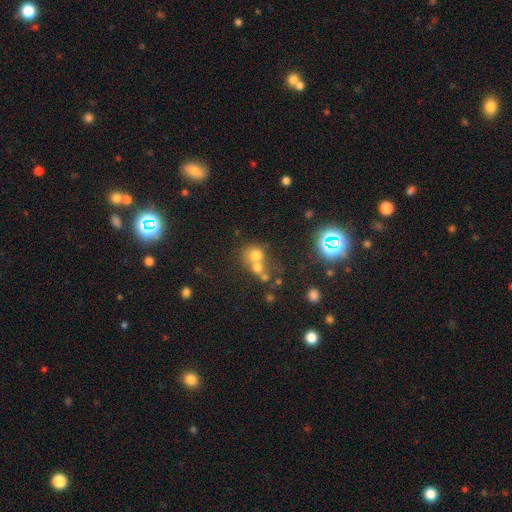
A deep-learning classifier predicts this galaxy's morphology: type=smooth (64%); roundness=round (79%); merging=merger (55%).